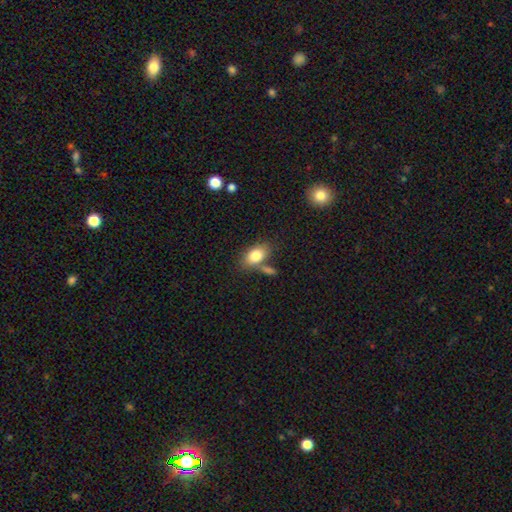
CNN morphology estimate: Smooth or featured?
  - smooth: 82% *
  - featured or disk: 11%
  - star or artifact: 7%
How rounded?
  - in between: 87% *
  - round: 10%
  - cigar-shaped: 3%
Merging?
  - none: 58% *
  - merger: 22%
  - minor disturbance: 15%
  - major disturbance: 5%